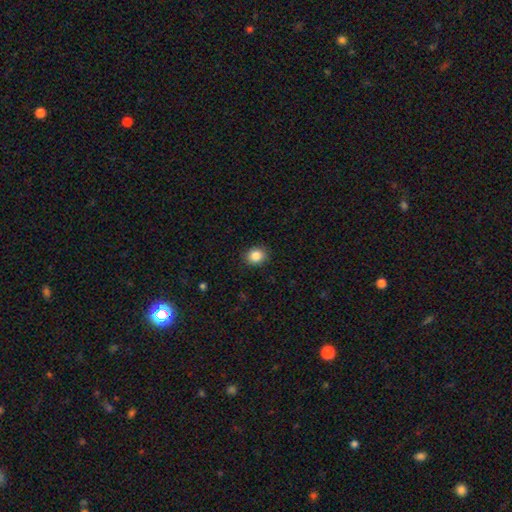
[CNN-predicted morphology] Smooth or featured? smooth (87%)
How rounded? round (67%)
Merging? none (88%)